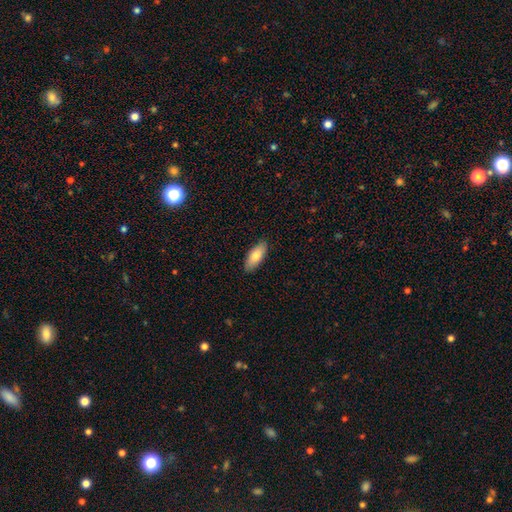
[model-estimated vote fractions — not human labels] Smooth or featured?
  - smooth: 79% *
  - featured or disk: 15%
  - star or artifact: 6%
How rounded?
  - in between: 82% *
  - cigar-shaped: 16%
  - round: 2%
Merging?
  - none: 88% *
  - minor disturbance: 9%
  - major disturbance: 2%
  - merger: 1%